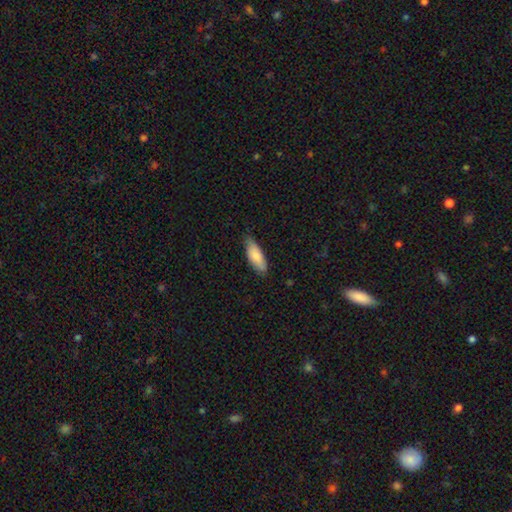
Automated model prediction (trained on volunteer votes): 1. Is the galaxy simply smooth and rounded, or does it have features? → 83% smooth, 11% featured or disk, 5% star or artifact.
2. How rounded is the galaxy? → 70% in between, 29% cigar-shaped, 2% round.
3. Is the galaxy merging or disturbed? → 76% none, 21% minor disturbance, 3% major disturbance, 1% merger.